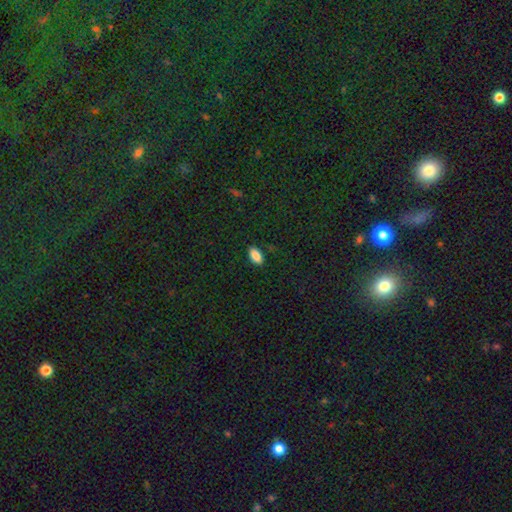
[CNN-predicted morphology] This is clearly a smooth galaxy (86%). How rounded: clearly in between (92%). Merging: clearly none (88%).